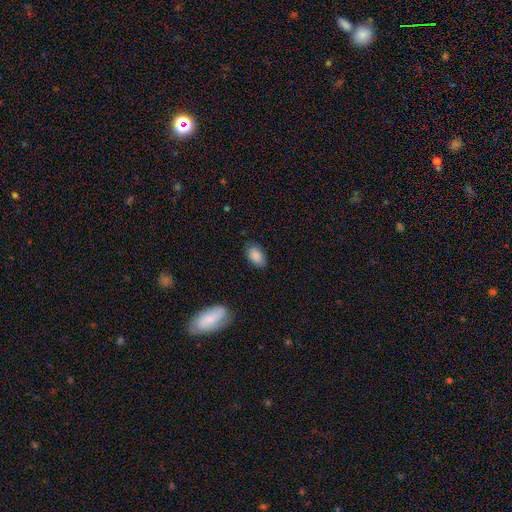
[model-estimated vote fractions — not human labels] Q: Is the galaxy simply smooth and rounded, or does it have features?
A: smooth — 86%.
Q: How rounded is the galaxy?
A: in between — 91%.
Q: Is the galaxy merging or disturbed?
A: none — 82%.